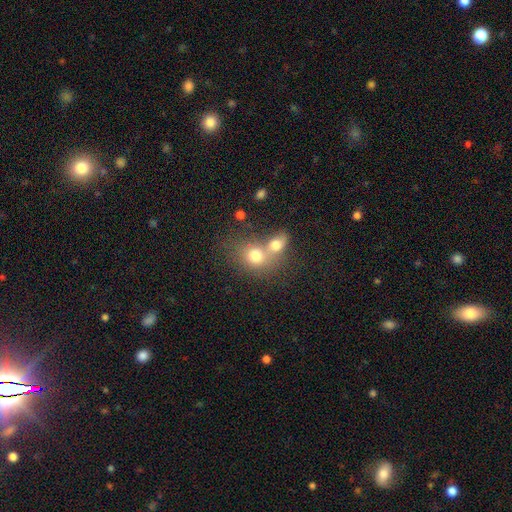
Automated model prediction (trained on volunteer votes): A smooth galaxy with no disk features (74%) that is round (64%). Merging: merger (59%).